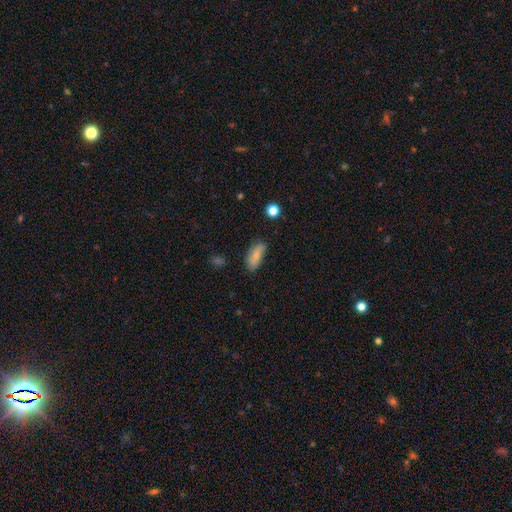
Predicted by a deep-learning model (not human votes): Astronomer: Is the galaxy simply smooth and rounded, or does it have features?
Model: smooth — 78%.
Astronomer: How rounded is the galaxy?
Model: in between — 80%.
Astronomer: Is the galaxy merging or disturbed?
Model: none — 71%.